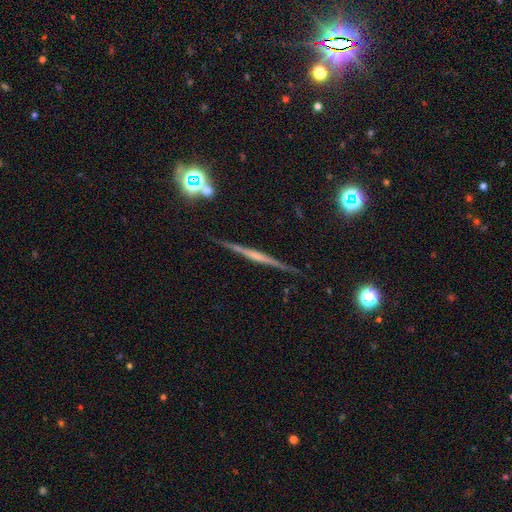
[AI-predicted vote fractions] Smooth or featured: featured or disk — 73% (smooth — 18%)
Edge-on disk: yes — 98% (no — 2%)
Edge-on bulge: none — 48% (rounded — 32%)
Merging: none — 88% (minor disturbance — 8%)